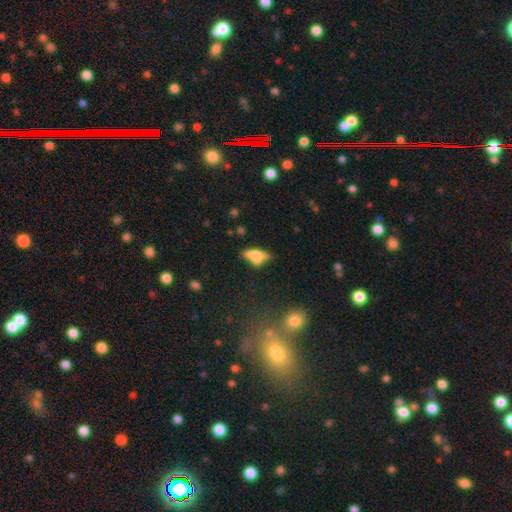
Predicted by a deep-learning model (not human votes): smooth 54%, featured or disk 36%, star or artifact 10%. Down the decision tree: how rounded — in between (68%); merging — none (49%).